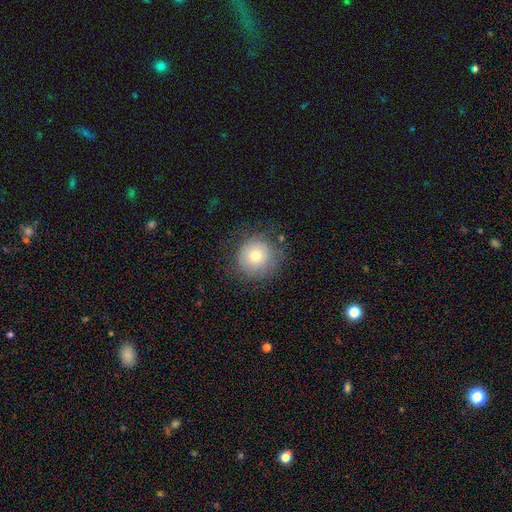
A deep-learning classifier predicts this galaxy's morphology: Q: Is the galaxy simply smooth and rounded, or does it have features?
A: smooth — 64%.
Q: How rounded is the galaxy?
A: round — 93%.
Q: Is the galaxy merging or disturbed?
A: none — 74%.